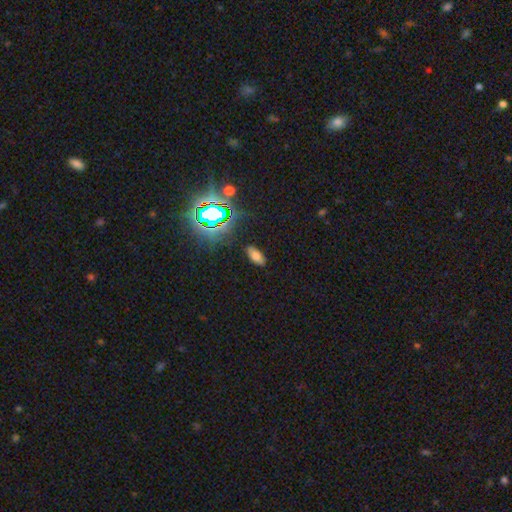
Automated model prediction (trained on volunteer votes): This is likely a smooth galaxy (63%). How rounded: clearly in between (90%). Merging: clearly none (85%).